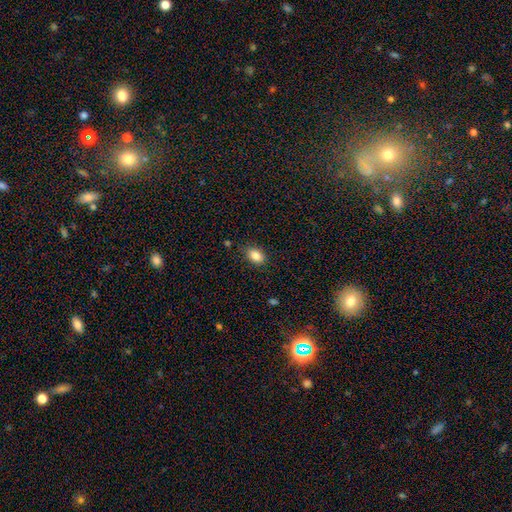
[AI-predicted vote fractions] smooth 85%, star or artifact 9%, featured or disk 6%. Down the decision tree: how rounded — in between (82%); merging — none (82%).